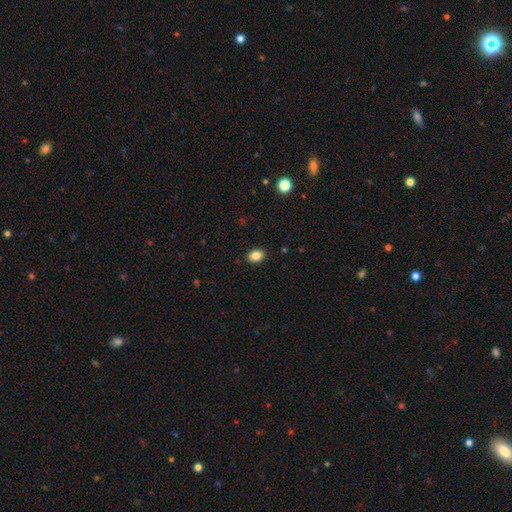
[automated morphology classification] Smooth or featured: smooth — 86% (star or artifact — 9%)
How rounded: in between — 76% (round — 23%)
Merging: none — 90% (minor disturbance — 7%)